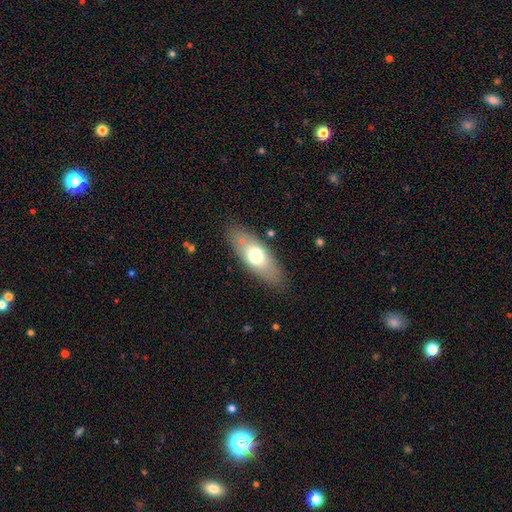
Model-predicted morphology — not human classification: Smooth or featured?
  - smooth: 63% *
  - featured or disk: 30%
  - star or artifact: 7%
How rounded?
  - in between: 74% *
  - cigar-shaped: 23%
  - round: 3%
Merging?
  - none: 83% *
  - minor disturbance: 12%
  - major disturbance: 4%
  - merger: 2%